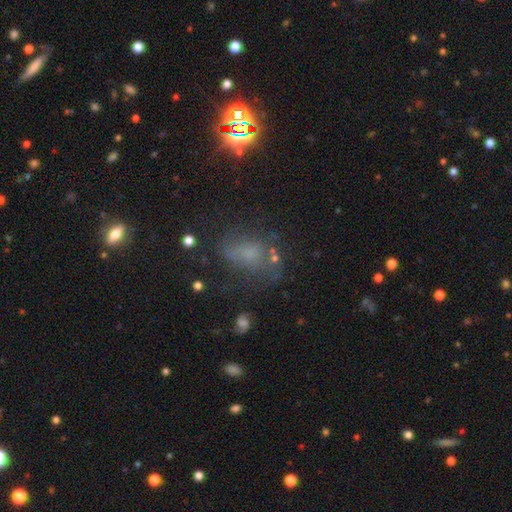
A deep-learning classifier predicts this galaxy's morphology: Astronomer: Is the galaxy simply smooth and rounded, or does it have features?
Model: smooth — 37%, tied with star or artifact at 37%.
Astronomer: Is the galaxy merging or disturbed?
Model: none — 53%.